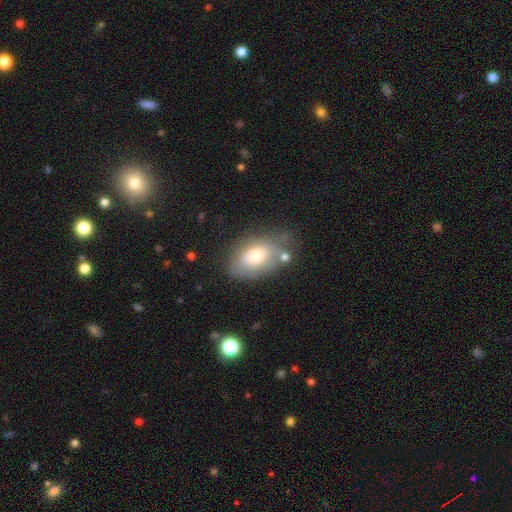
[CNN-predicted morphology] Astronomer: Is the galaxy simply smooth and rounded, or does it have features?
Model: smooth — 68%.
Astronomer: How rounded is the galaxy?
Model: in between — 88%.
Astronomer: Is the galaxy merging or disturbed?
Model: none — 52%.